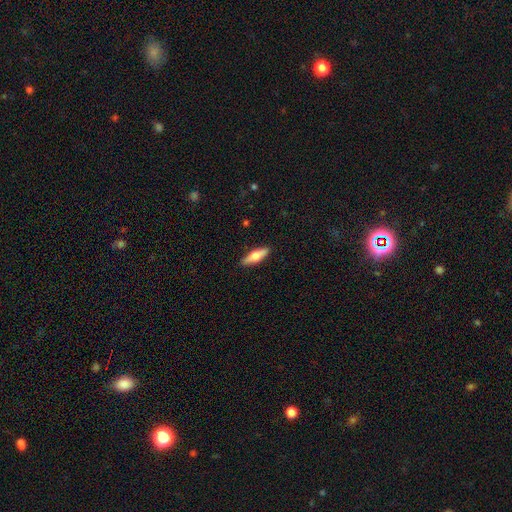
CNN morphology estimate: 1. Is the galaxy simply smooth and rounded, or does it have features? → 59% smooth, 36% featured or disk, 6% star or artifact.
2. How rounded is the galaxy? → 57% cigar-shaped, 40% in between, 2% round.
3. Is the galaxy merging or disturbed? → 90% none, 8% minor disturbance, 2% major disturbance, 1% merger.